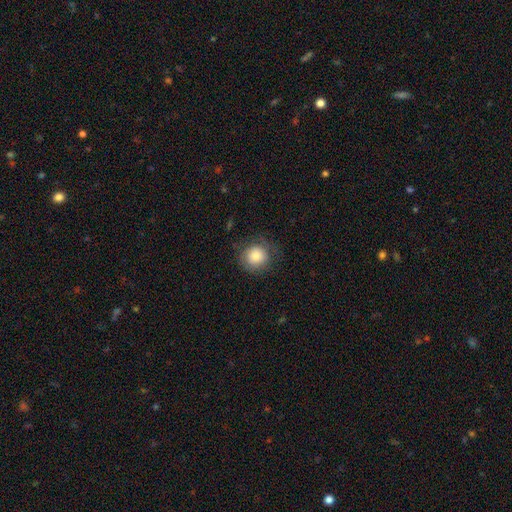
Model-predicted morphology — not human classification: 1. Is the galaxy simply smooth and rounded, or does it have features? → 82% smooth, 10% featured or disk, 8% star or artifact.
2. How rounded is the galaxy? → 88% round, 11% in between, 1% cigar-shaped.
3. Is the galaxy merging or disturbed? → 74% none, 18% minor disturbance, 7% major disturbance, 1% merger.